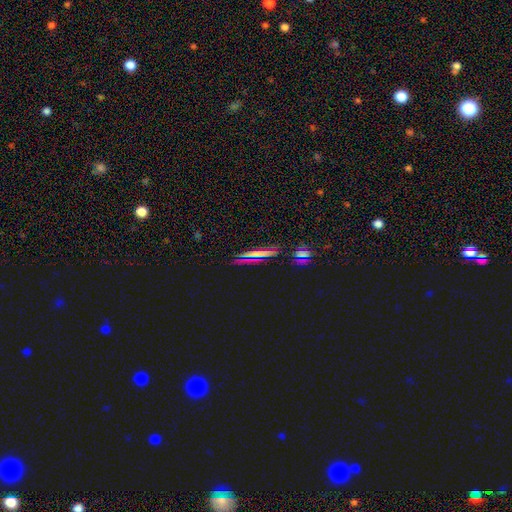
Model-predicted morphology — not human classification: The model was most divided on "smooth or featured": smooth: 49%, star or artifact: 31%, featured or disk: 19%. More confident: merging — none (87%).